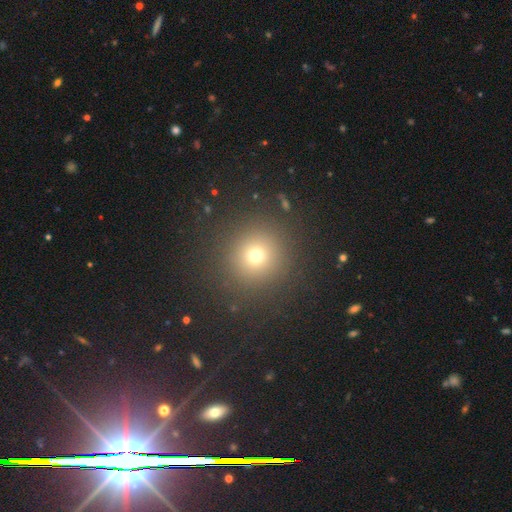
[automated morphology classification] Smooth or featured? smooth (70%)
How rounded? round (93%)
Merging? none (89%)